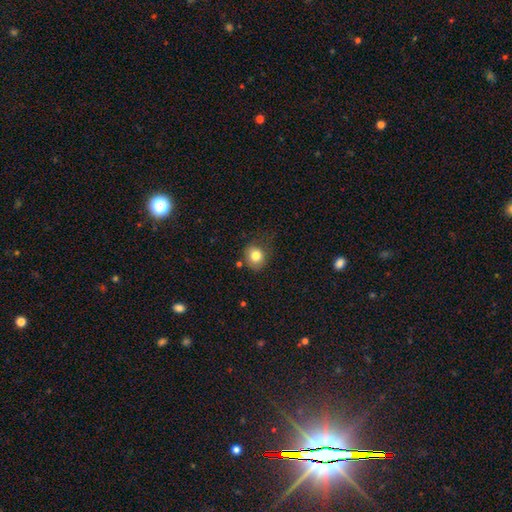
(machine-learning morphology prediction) This is clearly a smooth galaxy (81%). How rounded: likely round (78%). Merging: likely none (67%).